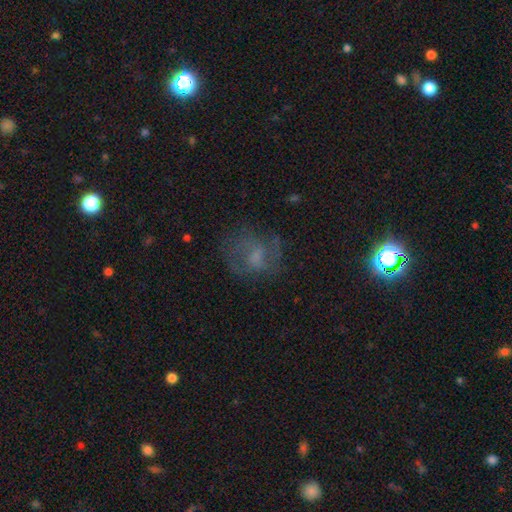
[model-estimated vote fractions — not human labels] smooth_or_featured: featured or disk (p=0.48) [alt: smooth p=0.35]
merging: none (p=0.58) [alt: major disturbance p=0.20]